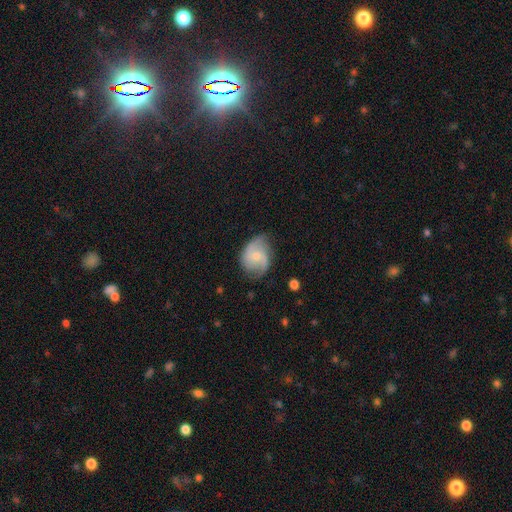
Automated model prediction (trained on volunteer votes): Morphology: type=featured or disk (69%); edge-on=no (97%); bar=no (65%); spiral arms=yes (92%); winding=medium (46%); arm count=2 (73%); bulge=small (59%); merging=none (63%).